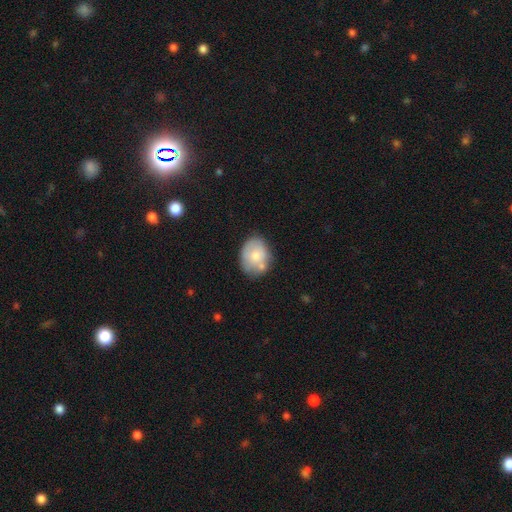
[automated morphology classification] This is likely a smooth galaxy (67%). How rounded: possibly in between (58%). Merging: possibly none (55%).